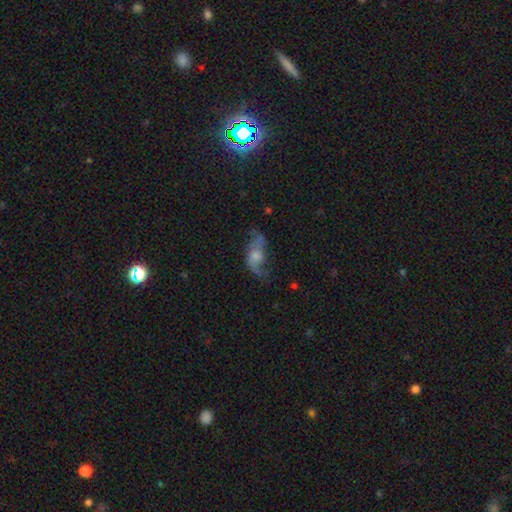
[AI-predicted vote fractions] The model was most divided on "bulge size": moderate: 42%, small: 32%, large: 14%, none: 10%, dominant: 2%. Remaining: edge-on disk — no (92%); spiral arms — yes (83%); bar — no (69%); smooth or featured — featured or disk (63%); merging — none (49%).